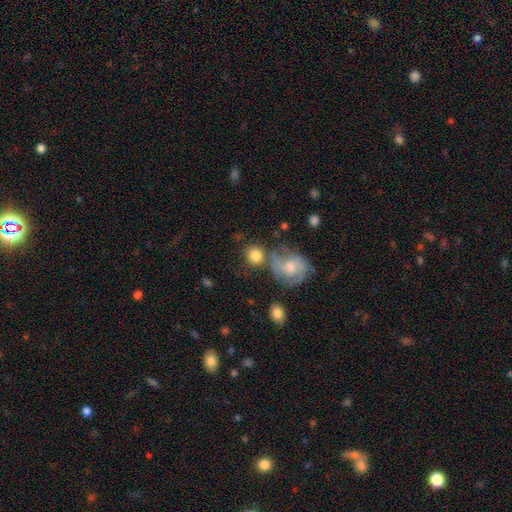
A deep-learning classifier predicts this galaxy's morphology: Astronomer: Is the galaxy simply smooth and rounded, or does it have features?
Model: smooth — 79%.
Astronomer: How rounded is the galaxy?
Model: round — 84%.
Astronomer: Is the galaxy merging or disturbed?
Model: none — 60%.